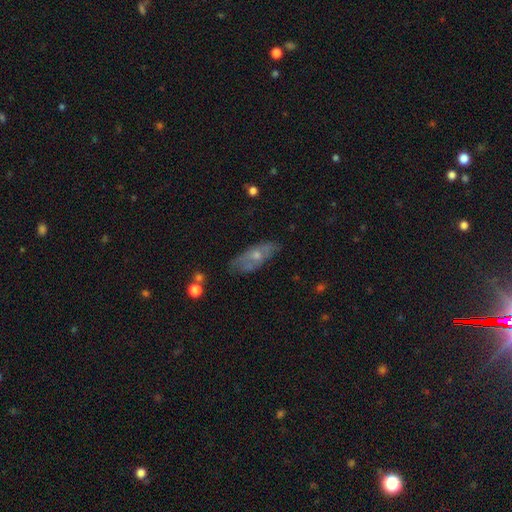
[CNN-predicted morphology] smooth 47%, featured or disk 45%, star or artifact 8%. Down the decision tree: merging — none (66%).